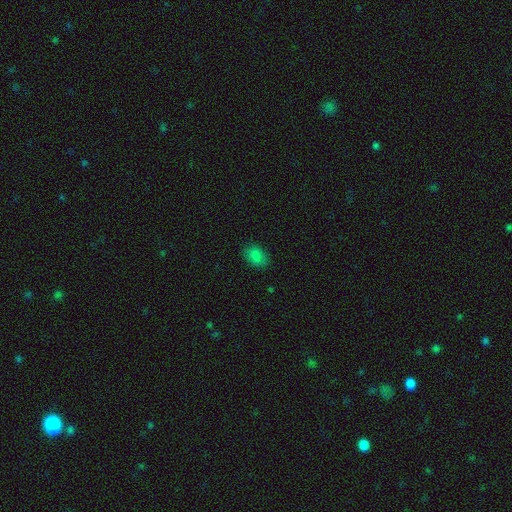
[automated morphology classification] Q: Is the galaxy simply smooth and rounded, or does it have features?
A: smooth — 83%.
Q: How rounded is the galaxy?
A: in between — 81%.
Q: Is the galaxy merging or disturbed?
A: none — 84%.